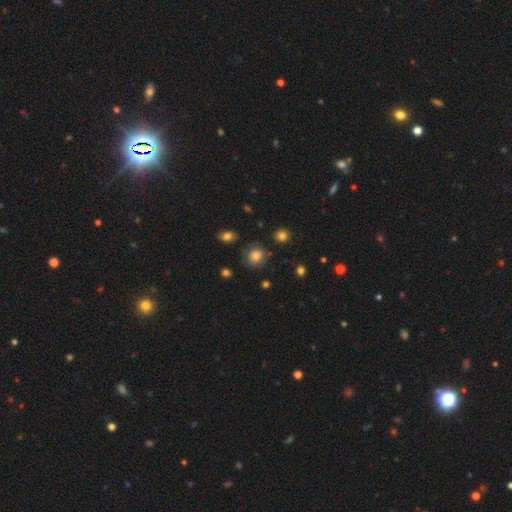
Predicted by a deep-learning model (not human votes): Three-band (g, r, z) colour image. It shows a smooth galaxy with no disk features (80%) that is round (79%). Merging: none (76%).